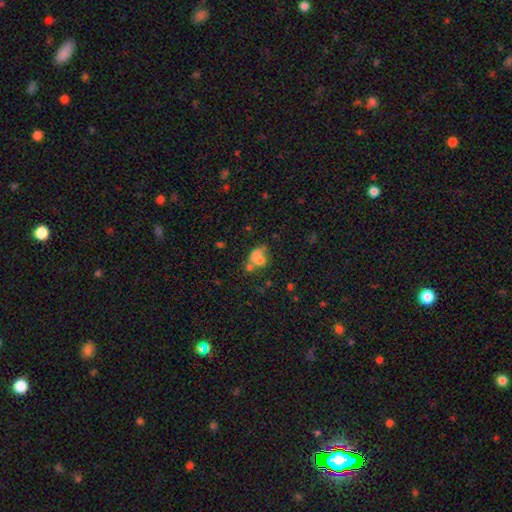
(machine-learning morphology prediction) A smooth galaxy with no disk features (53%) that is in between round and cigar-shaped (49%, tied with round).

Vote fractions:
- Smooth or featured? smooth: 53% / featured or disk: 30% / star or artifact: 17%
- How rounded? in between: 49% (tied) / round: 49% (tied) / cigar-shaped: 2%
- Merging? merger: 56% / none: 26% / minor disturbance: 10% / major disturbance: 9%